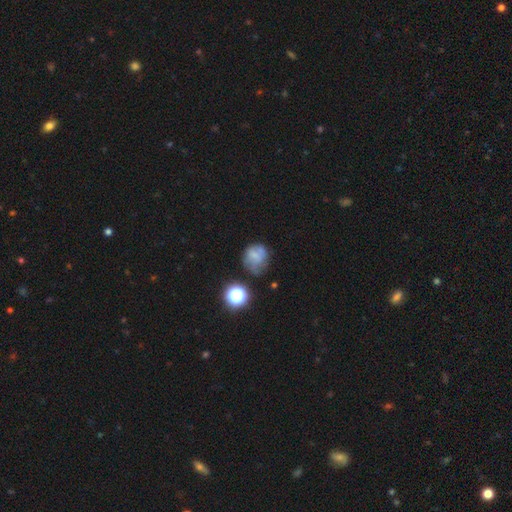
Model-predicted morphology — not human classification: Overall: smooth (51%; featured or disk 32%). How rounded: round (74%). Merging: none (48%; minor disturbance 27%).